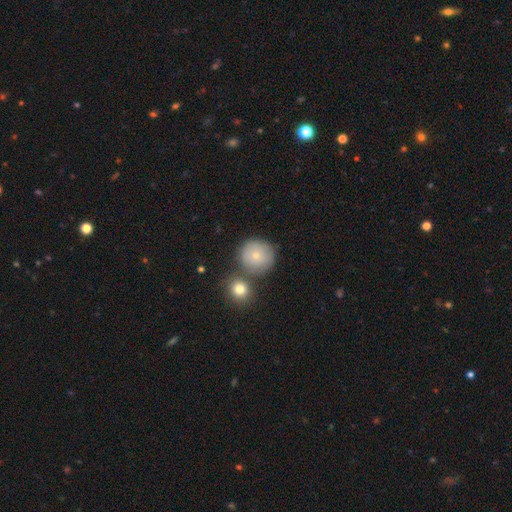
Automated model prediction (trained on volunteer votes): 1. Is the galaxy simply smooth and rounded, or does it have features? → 77% smooth, 14% featured or disk, 9% star or artifact.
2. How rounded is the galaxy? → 93% round, 6% in between, 1% cigar-shaped.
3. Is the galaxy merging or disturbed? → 68% none, 16% merger, 12% minor disturbance, 4% major disturbance.